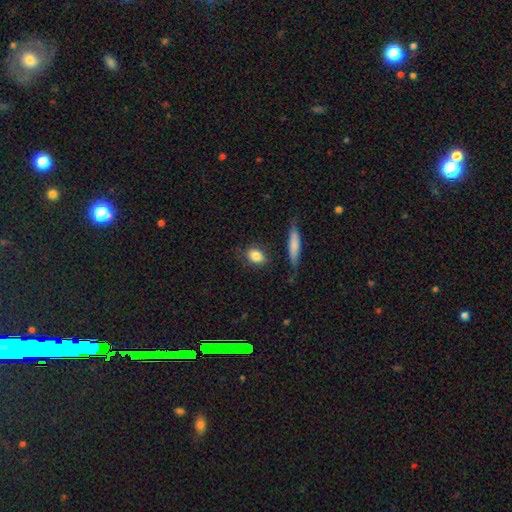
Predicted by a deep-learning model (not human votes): A smooth galaxy with no disk features (84%) that is in between round and cigar-shaped (72%). Merging: none (78%).